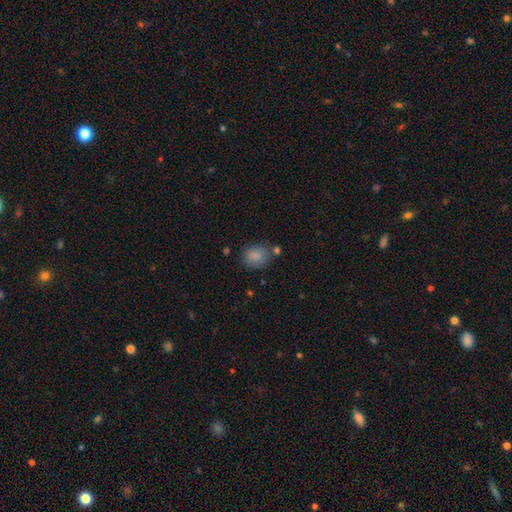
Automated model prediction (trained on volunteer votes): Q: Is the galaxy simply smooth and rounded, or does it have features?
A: smooth — 85%.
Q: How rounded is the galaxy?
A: round — 53%.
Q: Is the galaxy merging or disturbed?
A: none — 68%.